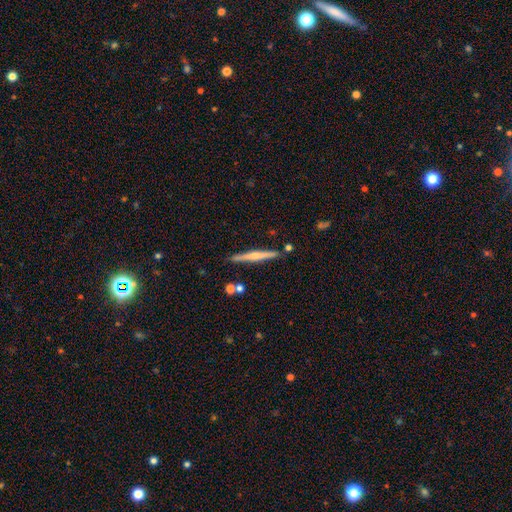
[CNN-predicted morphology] smooth_or_featured: featured or disk (p=0.55) [alt: smooth p=0.39]
disk_edge_on: yes (p=0.98) [alt: no p=0.02]
edge_on_bulge: rounded (p=0.52) [alt: none p=0.37]
merging: none (p=0.87) [alt: minor disturbance p=0.09]